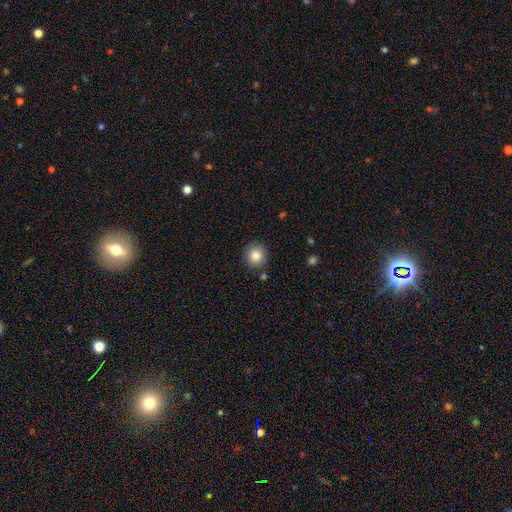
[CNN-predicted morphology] This is clearly a smooth galaxy (83%). How rounded: clearly round (92%). Merging: clearly none (88%).